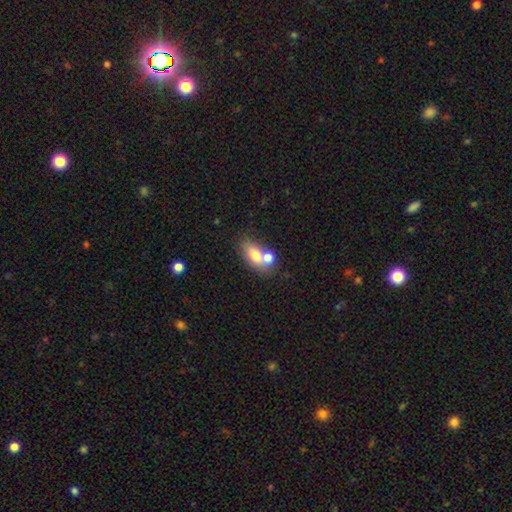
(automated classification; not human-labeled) A smooth galaxy with no disk features (71%) that is in between round and cigar-shaped (80%).

Vote fractions:
- Smooth or featured? smooth: 71% / featured or disk: 20% / star or artifact: 9%
- How rounded? in between: 80% / round: 15% / cigar-shaped: 6%
- Merging? merger: 42% / none: 41% / minor disturbance: 11% / major disturbance: 5%